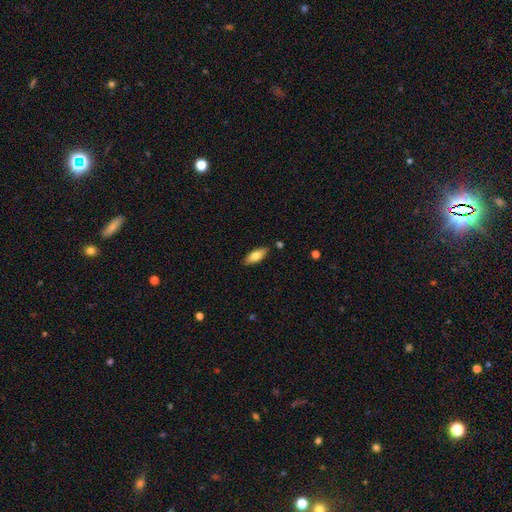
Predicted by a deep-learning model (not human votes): A smooth galaxy with no disk features (73%) that is in between round and cigar-shaped (76%).

Vote fractions:
- Smooth or featured? smooth: 73% / featured or disk: 20% / star or artifact: 6%
- How rounded? in between: 76% / cigar-shaped: 21% / round: 2%
- Merging? none: 85% / minor disturbance: 10% / merger: 2% / major disturbance: 2%